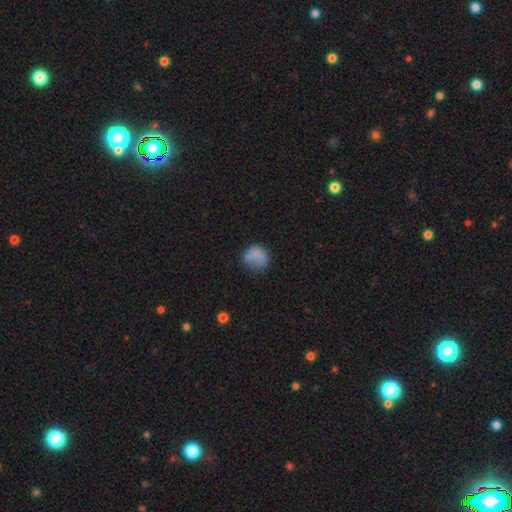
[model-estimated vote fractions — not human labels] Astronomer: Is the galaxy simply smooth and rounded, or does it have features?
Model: smooth — 77%.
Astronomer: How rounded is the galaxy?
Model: round — 76%.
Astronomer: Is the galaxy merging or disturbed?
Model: none — 51% (runner-up: minor disturbance, 28%).